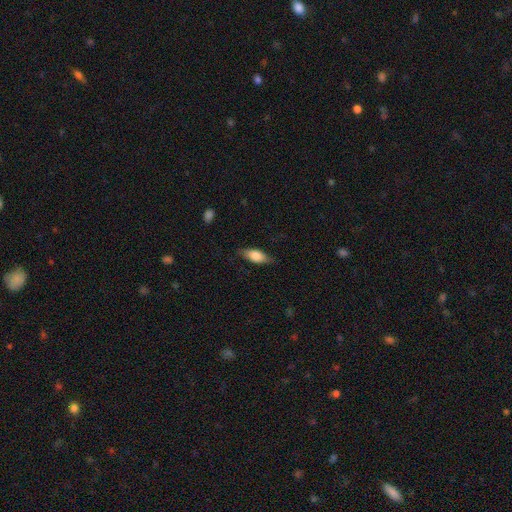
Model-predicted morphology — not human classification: smooth-or-featured: smooth: 74% | featured or disk: 20% | star or artifact: 6%
  how-rounded: in between: 79% | cigar-shaped: 18% | round: 3%
  merging: none: 77% | minor disturbance: 18% | major disturbance: 4% | merger: 1%